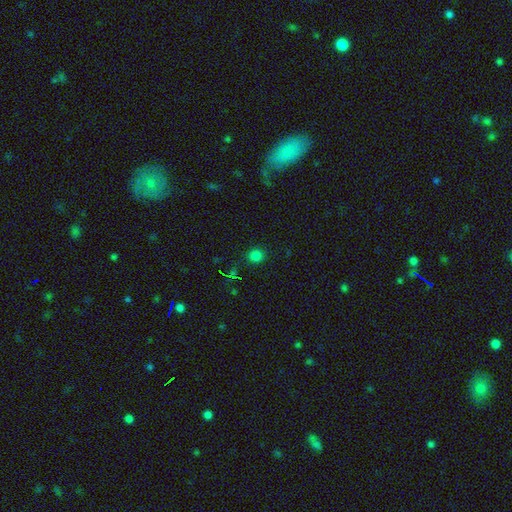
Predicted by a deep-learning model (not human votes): smooth-or-featured: smooth: 78% | star or artifact: 18% | featured or disk: 4%
  how-rounded: round: 88% | in between: 11% | cigar-shaped: 1%
  merging: none: 88% | minor disturbance: 8% | major disturbance: 3% | merger: 2%